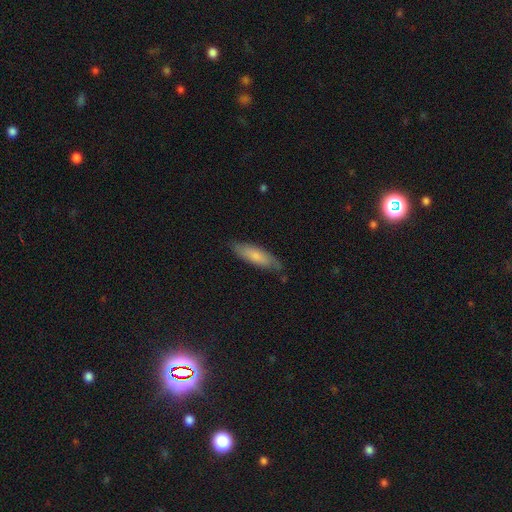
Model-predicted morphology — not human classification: Overall: smooth (72%). How rounded: cigar-shaped (54%; in between 45%). Merging: none (76%).